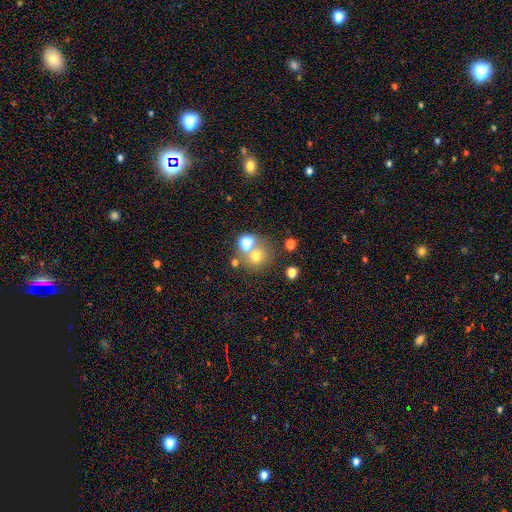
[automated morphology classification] Smooth or featured?
  - smooth: 68% *
  - star or artifact: 18%
  - featured or disk: 14%
How rounded?
  - round: 87% *
  - in between: 12%
  - cigar-shaped: 1%
Merging?
  - none: 59% *
  - merger: 28%
  - minor disturbance: 8%
  - major disturbance: 4%